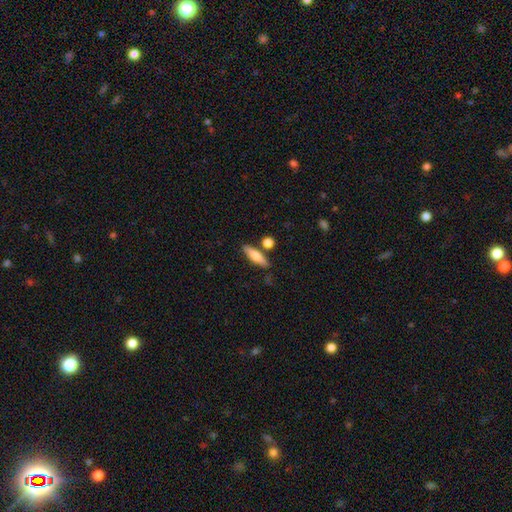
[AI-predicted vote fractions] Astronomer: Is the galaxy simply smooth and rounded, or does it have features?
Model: smooth — 60%.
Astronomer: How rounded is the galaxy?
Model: cigar-shaped — 63%.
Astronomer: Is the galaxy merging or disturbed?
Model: none — 79%.